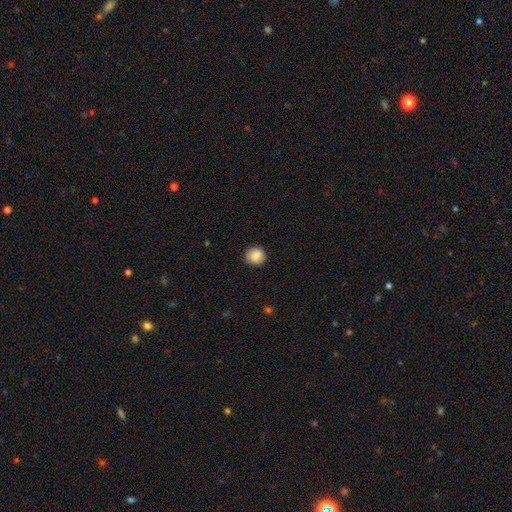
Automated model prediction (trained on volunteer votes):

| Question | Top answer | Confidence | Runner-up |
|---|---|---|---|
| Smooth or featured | smooth | 85% | star or artifact (8%) |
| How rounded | round | 87% | in between (12%) |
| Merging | none | 84% | minor disturbance (13%) |